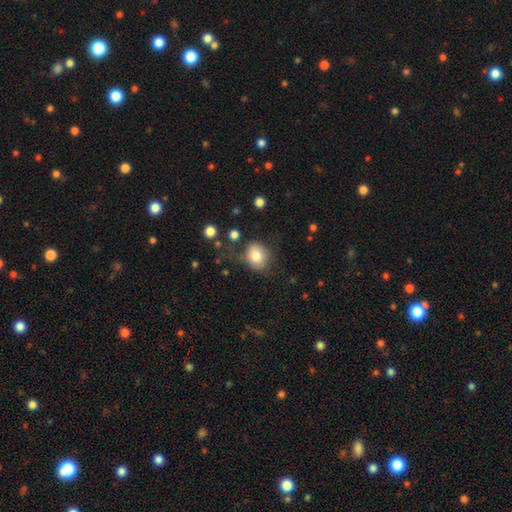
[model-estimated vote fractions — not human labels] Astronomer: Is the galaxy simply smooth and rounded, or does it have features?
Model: smooth — 79%.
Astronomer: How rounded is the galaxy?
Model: round — 58% (runner-up: in between, 41%).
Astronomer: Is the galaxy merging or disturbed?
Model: none — 64%.